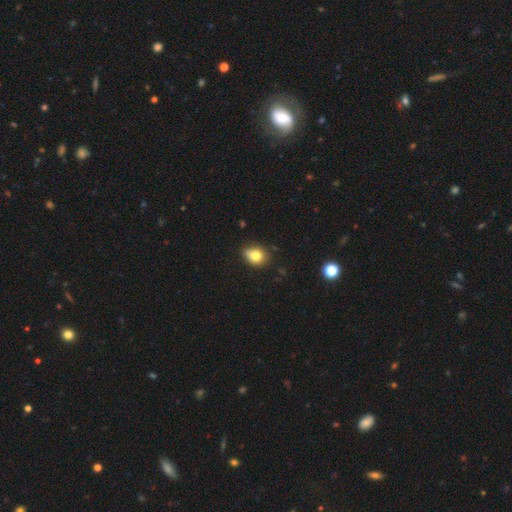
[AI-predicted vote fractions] Smooth or featured?
  - smooth: 79% *
  - star or artifact: 11%
  - featured or disk: 10%
How rounded?
  - in between: 50% *
  - round: 49%
  - cigar-shaped: 1%
Merging?
  - none: 66% *
  - minor disturbance: 27%
  - major disturbance: 4%
  - merger: 3%